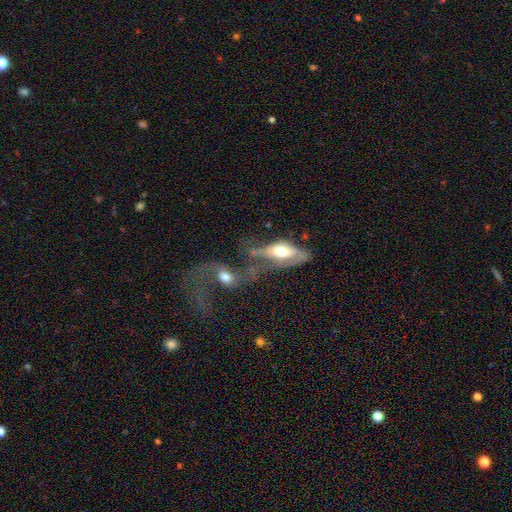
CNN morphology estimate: Smooth or featured: featured or disk — 66% (smooth — 25%)
Edge-on disk: no — 51% (yes — 49%)
Merging: merger — 52% (major disturbance — 20%)